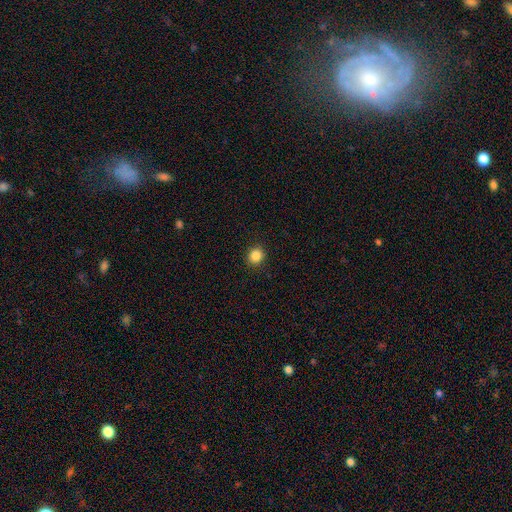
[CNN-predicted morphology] Smooth or featured?
  - smooth: 87% *
  - star or artifact: 10%
  - featured or disk: 3%
How rounded?
  - round: 83% *
  - in between: 16%
  - cigar-shaped: 1%
Merging?
  - none: 92% *
  - minor disturbance: 5%
  - major disturbance: 2%
  - merger: 1%